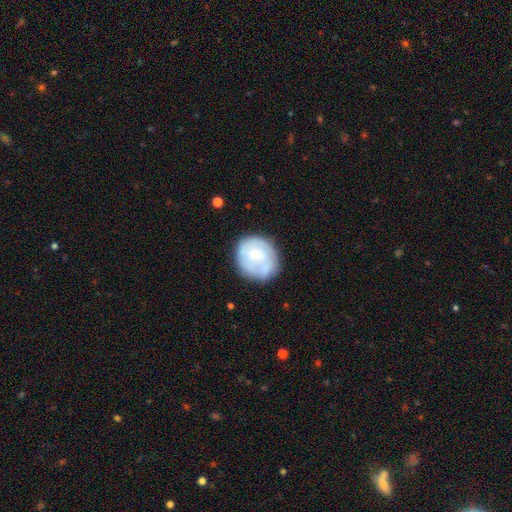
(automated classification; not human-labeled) Smooth or featured? smooth (51%)
How rounded? round (75%)
Merging? none (66%)